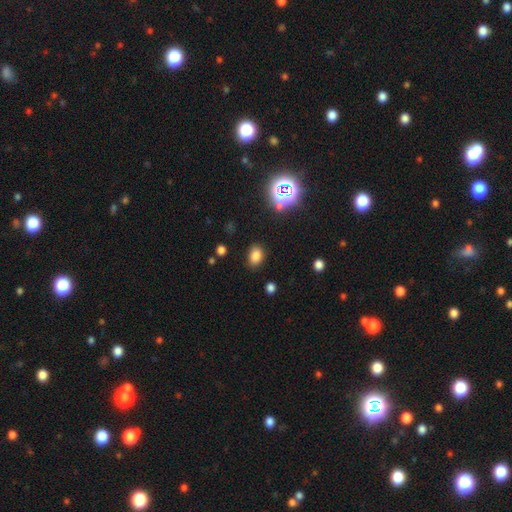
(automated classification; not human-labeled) Smooth or featured? smooth (79%)
How rounded? in between (74%)
Merging? none (83%)